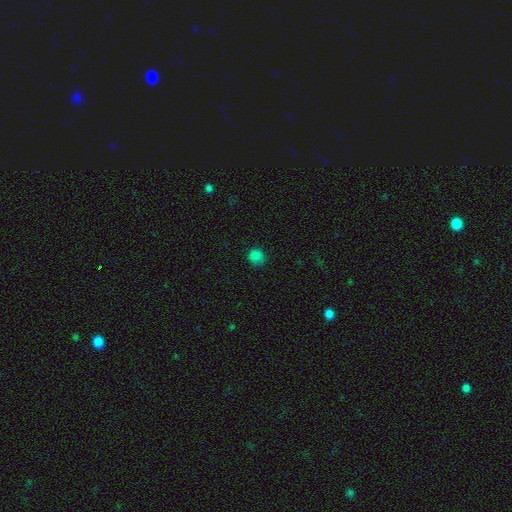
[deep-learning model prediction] Q: Smooth or featured?
A: smooth (81%); runner-up: star or artifact (16%)
Q: How rounded?
A: round (88%); runner-up: in between (11%)
Q: Merging?
A: none (85%); runner-up: minor disturbance (11%)